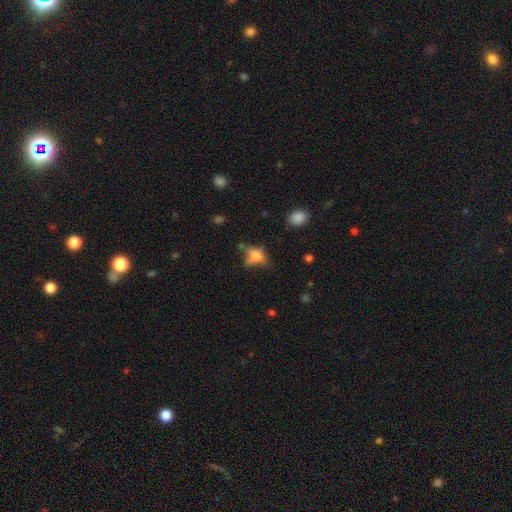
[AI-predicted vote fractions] smooth 55%, featured or disk 30%, star or artifact 15%. Down the decision tree: how rounded — in between (67%); merging — none (45%).